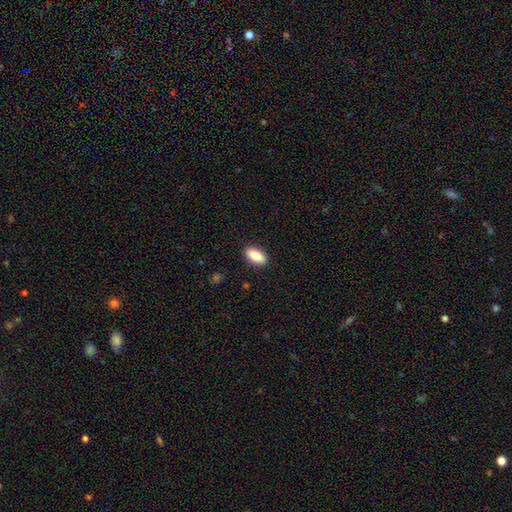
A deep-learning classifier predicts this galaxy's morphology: A smooth galaxy with no disk features (85%) that is in between round and cigar-shaped (91%). Merging: none (90%).